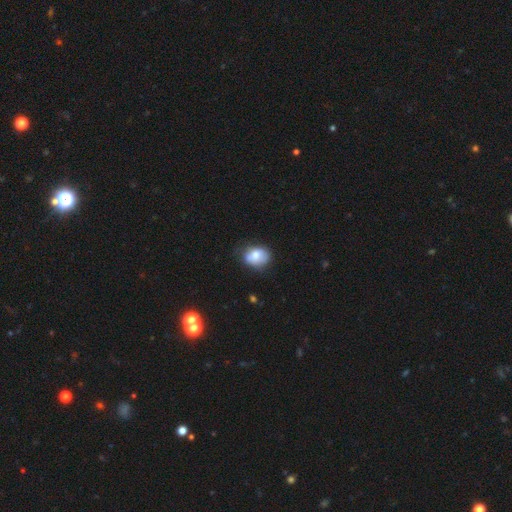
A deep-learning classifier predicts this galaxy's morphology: The model was most divided on "how rounded": in between: 57%, round: 42%, cigar-shaped: 1%. More confident: smooth or featured — smooth (72%); merging — none (58%).